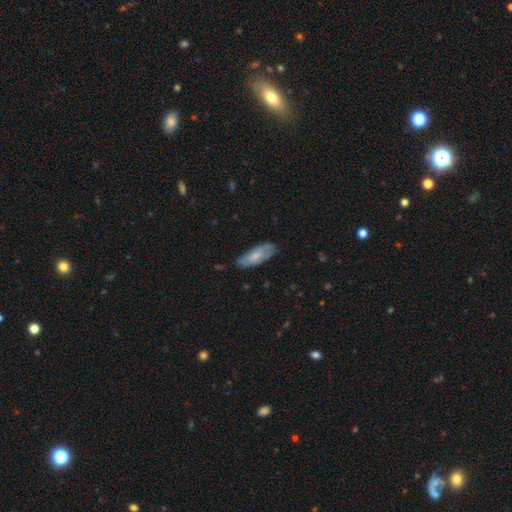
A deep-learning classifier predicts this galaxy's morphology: Smooth or featured? Predicted: smooth (p=0.59). How rounded? Predicted: in between (p=0.72). Merging? Predicted: none (p=0.66).